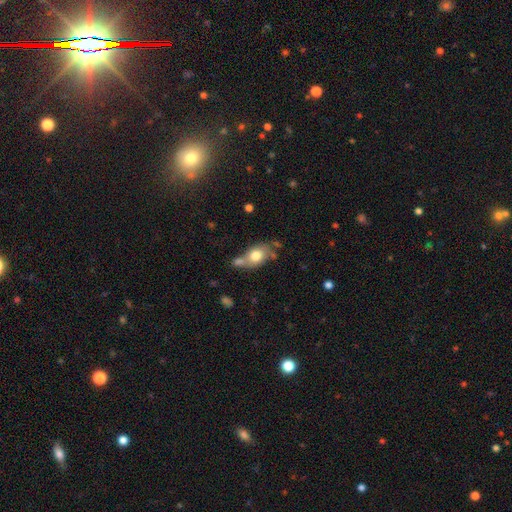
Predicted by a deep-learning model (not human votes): Smooth or featured? Predicted: smooth (p=0.73). How rounded? Predicted: in between (p=0.76). Merging? Predicted: none (p=0.46).